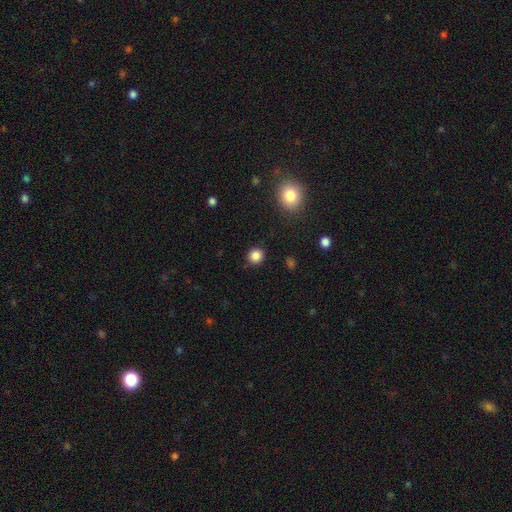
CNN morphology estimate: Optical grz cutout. It shows a smooth galaxy with no disk features (85%) that is round (90%). Merging: none (89%).